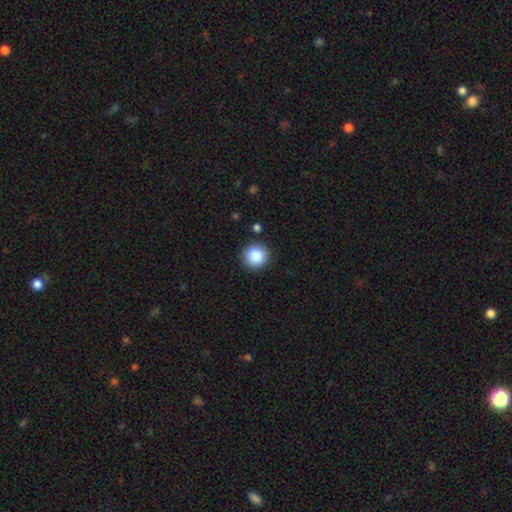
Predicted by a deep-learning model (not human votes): This is clearly a smooth galaxy (87%). How rounded: clearly round (94%). Merging: clearly none (89%).